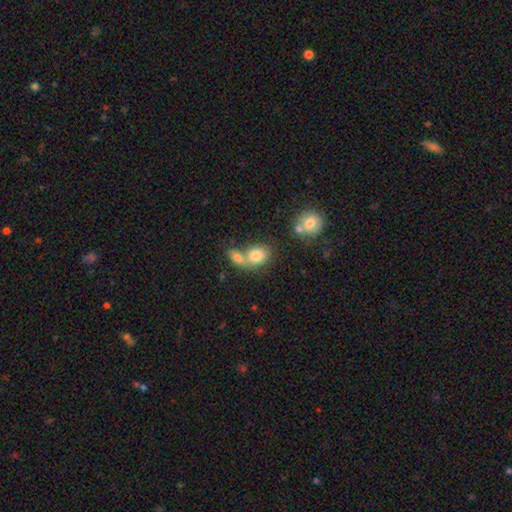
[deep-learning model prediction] Smooth or featured?
  - smooth: 79% *
  - featured or disk: 13%
  - star or artifact: 9%
How rounded?
  - in between: 60% *
  - round: 39%
  - cigar-shaped: 1%
Merging?
  - merger: 54% *
  - none: 32%
  - minor disturbance: 9%
  - major disturbance: 5%